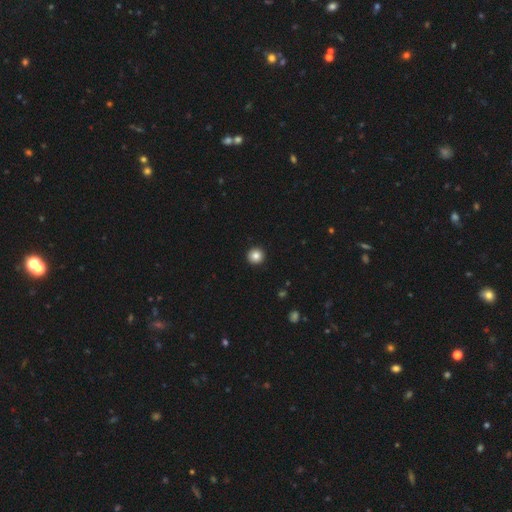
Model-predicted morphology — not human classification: smooth 84%, star or artifact 10%, featured or disk 6%. Down the decision tree: how rounded — round (96%); merging — none (94%).